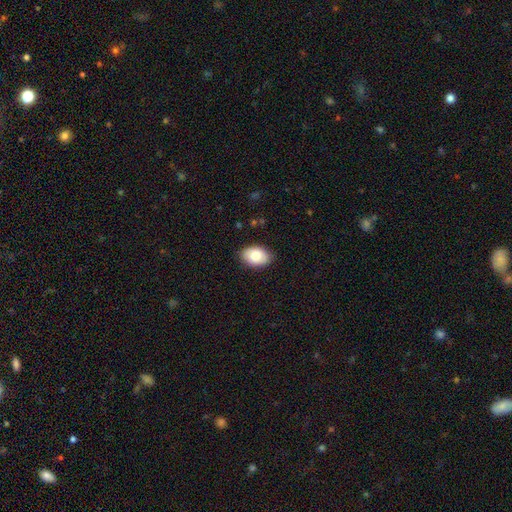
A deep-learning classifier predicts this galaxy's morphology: The model was most divided on "merging": none: 86%, minor disturbance: 11%, major disturbance: 2%, merger: 1%. More confident: how rounded — in between (88%); smooth or featured — smooth (85%).